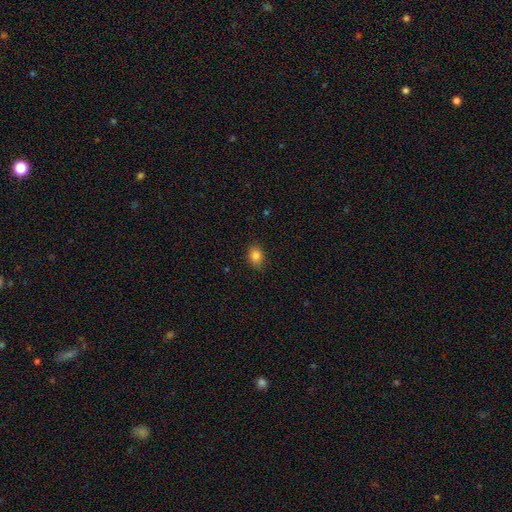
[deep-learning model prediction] This appears to be a smooth galaxy with no disk features (84%) that is in between round and cigar-shaped (60%). Merging: none (83%).